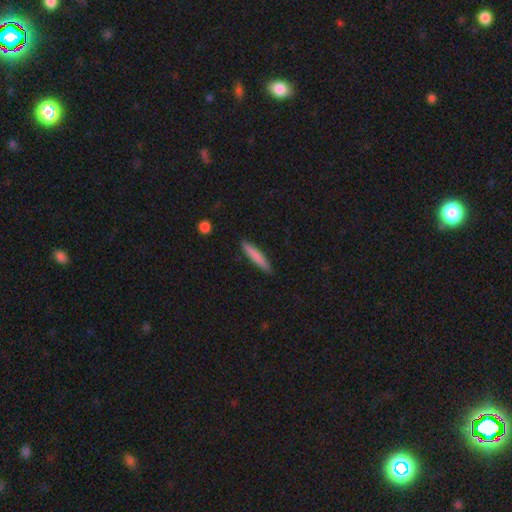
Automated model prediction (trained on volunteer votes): Overall: smooth (80%). How rounded: cigar-shaped (92%). Merging: none (89%).